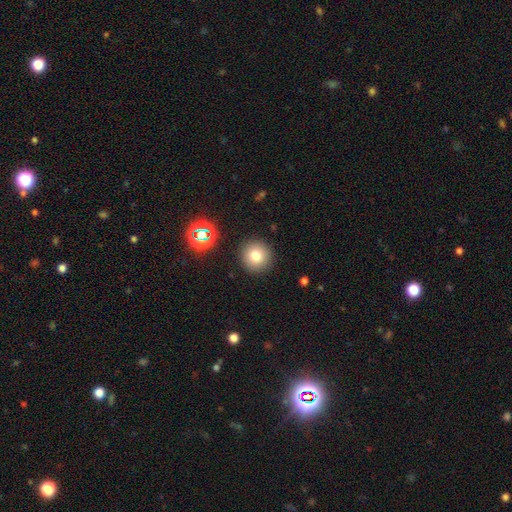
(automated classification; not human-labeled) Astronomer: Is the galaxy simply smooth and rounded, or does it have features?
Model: smooth — 78%.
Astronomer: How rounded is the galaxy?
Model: round — 94%.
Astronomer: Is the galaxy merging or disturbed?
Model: none — 90%.